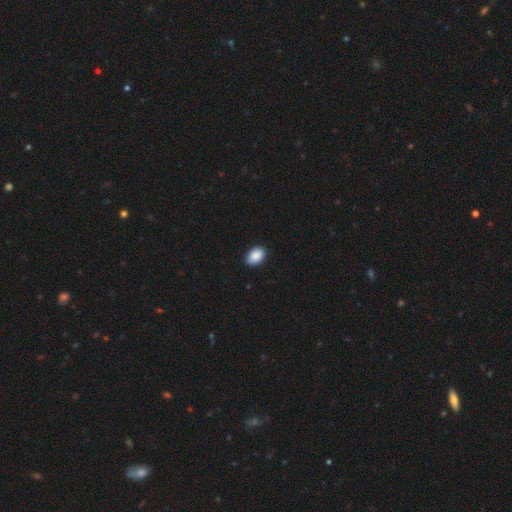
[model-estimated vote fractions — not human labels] This is clearly a smooth galaxy (89%). How rounded: clearly in between (86%). Merging: clearly none (86%).